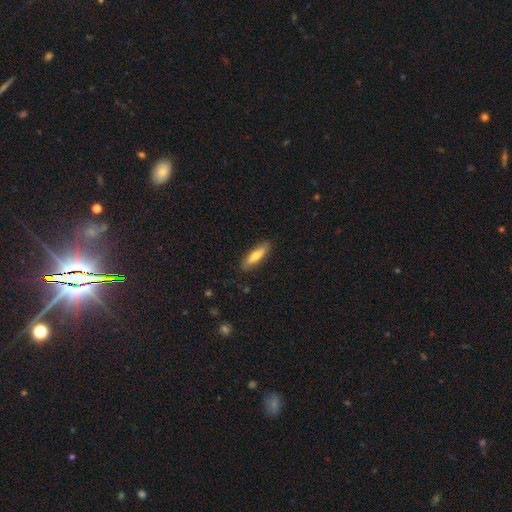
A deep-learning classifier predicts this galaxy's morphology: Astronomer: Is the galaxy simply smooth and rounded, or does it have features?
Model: smooth — 65%.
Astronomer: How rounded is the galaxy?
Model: cigar-shaped — 59% (runner-up: in between, 39%).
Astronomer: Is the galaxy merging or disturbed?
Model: none — 85%.